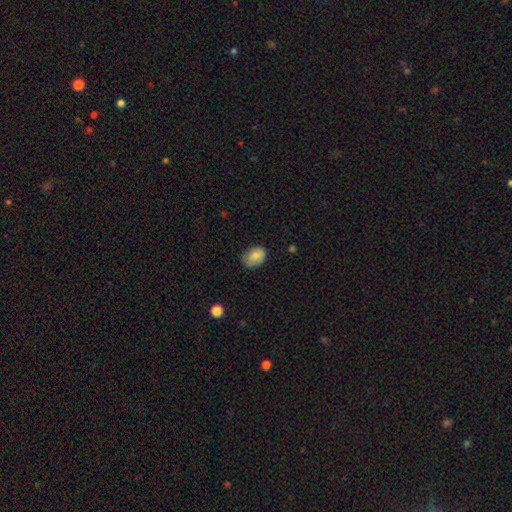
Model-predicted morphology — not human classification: This appears to be a smooth galaxy with no disk features (81%) that is in between round and cigar-shaped (74%). Merging: none (64%).